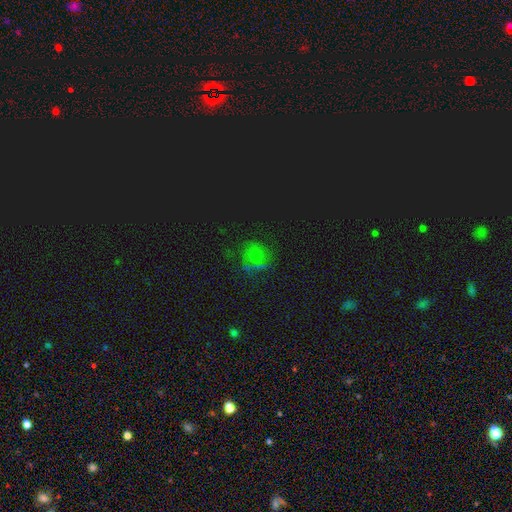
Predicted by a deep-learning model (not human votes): smooth-or-featured: star or artifact: 42% | smooth: 38% | featured or disk: 20%